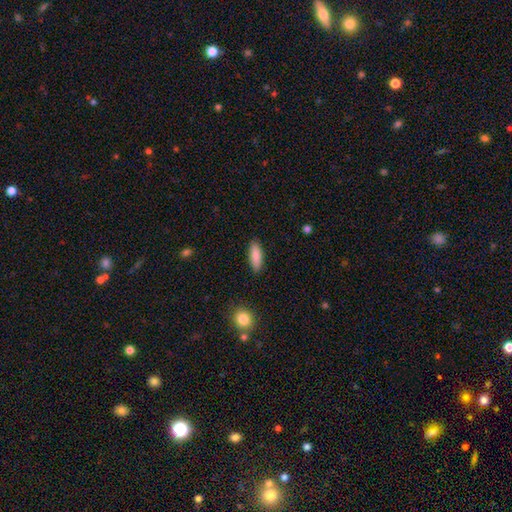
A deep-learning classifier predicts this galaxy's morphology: The model was most divided on "how rounded": in between: 58%, cigar-shaped: 40%, round: 2%. More confident: merging — none (88%); smooth or featured — smooth (87%).